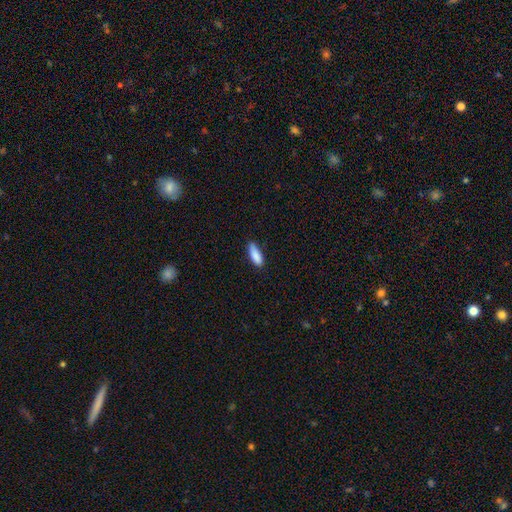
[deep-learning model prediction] Q: Smooth or featured?
A: smooth (88%); runner-up: star or artifact (7%)
Q: How rounded?
A: in between (58%); runner-up: cigar-shaped (40%)
Q: Merging?
A: none (75%); runner-up: minor disturbance (21%)